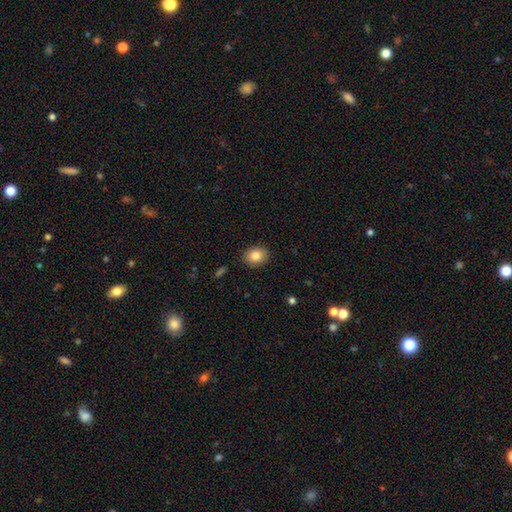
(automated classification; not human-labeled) This is clearly a smooth galaxy (84%). How rounded: possibly in between (54%). Merging: clearly none (88%).